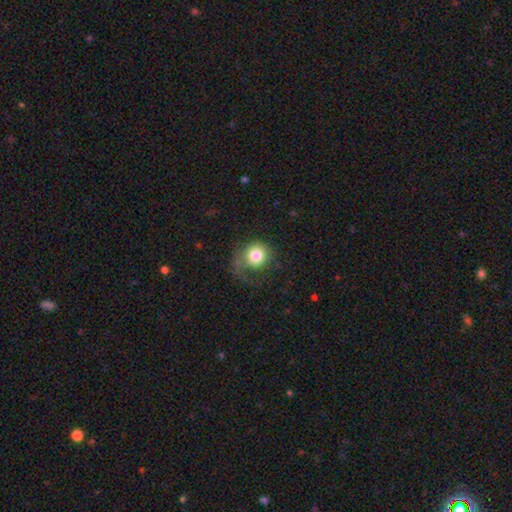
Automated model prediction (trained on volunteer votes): Smooth or featured?
  - smooth: 77% *
  - featured or disk: 14%
  - star or artifact: 9%
How rounded?
  - round: 83% *
  - in between: 16%
  - cigar-shaped: 1%
Merging?
  - none: 48% *
  - major disturbance: 26%
  - minor disturbance: 24%
  - merger: 2%